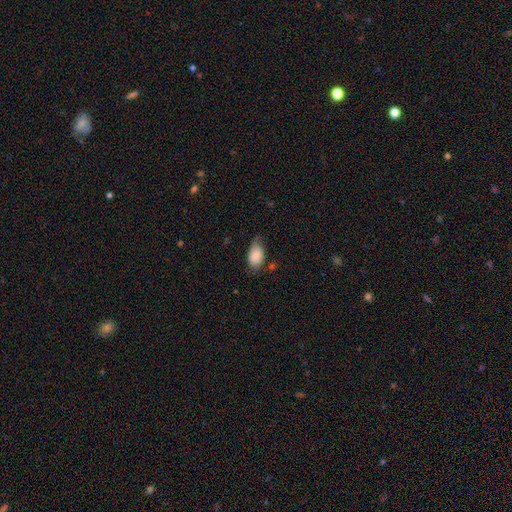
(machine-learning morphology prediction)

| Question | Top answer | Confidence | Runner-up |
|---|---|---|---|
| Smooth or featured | smooth | 83% | featured or disk (10%) |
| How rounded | in between | 91% | round (7%) |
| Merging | none | 62% | minor disturbance (30%) |